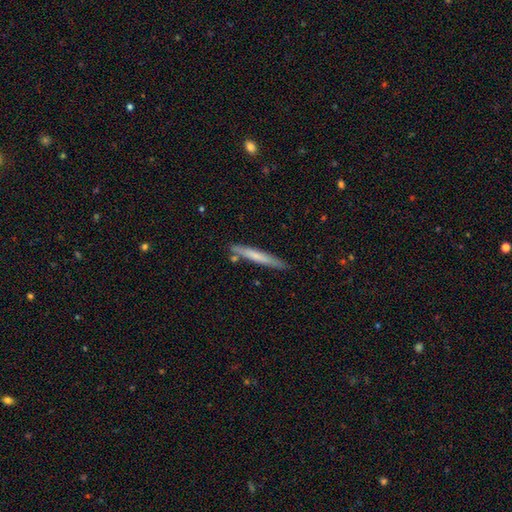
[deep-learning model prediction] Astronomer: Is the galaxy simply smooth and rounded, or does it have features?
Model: smooth — 62%.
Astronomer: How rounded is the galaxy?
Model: cigar-shaped — 96%.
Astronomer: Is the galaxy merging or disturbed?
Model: none — 83%.